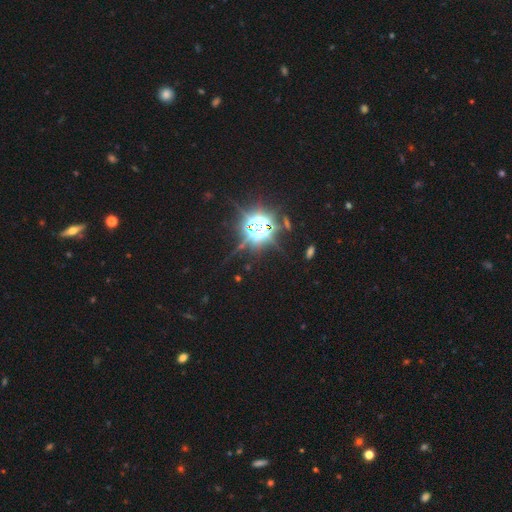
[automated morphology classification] Smooth or featured?
  - star or artifact: 86% *
  - smooth: 9%
  - featured or disk: 5%